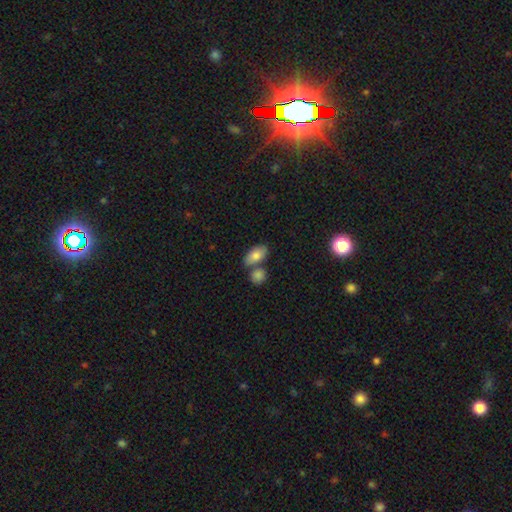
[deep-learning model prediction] smooth-or-featured: smooth: 80% | featured or disk: 13% | star or artifact: 7%
  how-rounded: in between: 90% | round: 6% | cigar-shaped: 5%
  merging: none: 54% | merger: 31% | minor disturbance: 12% | major disturbance: 3%